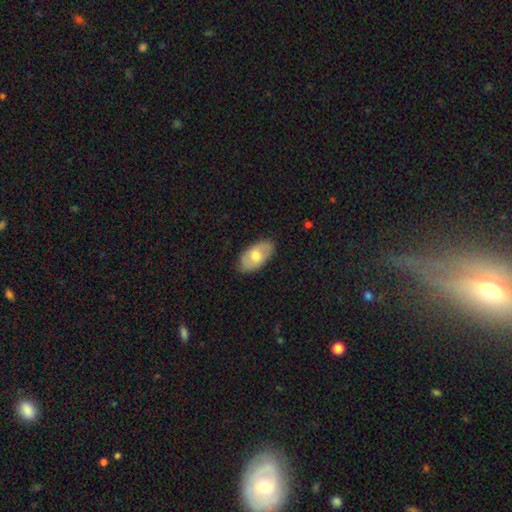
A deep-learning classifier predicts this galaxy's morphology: Smooth or featured?
  - smooth: 64% *
  - featured or disk: 31%
  - star or artifact: 6%
How rounded?
  - in between: 94% *
  - round: 4%
  - cigar-shaped: 2%
Merging?
  - none: 85% *
  - minor disturbance: 12%
  - major disturbance: 2%
  - merger: 1%